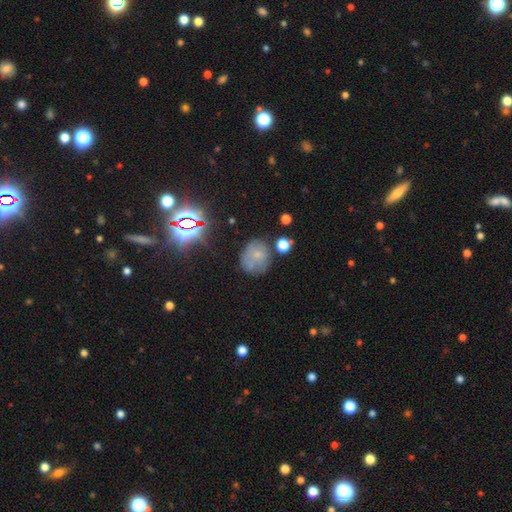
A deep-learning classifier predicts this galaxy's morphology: smooth-or-featured: smooth: 48% | star or artifact: 27% | featured or disk: 25%
  merging: none: 62% | minor disturbance: 22% | major disturbance: 9% | merger: 8%